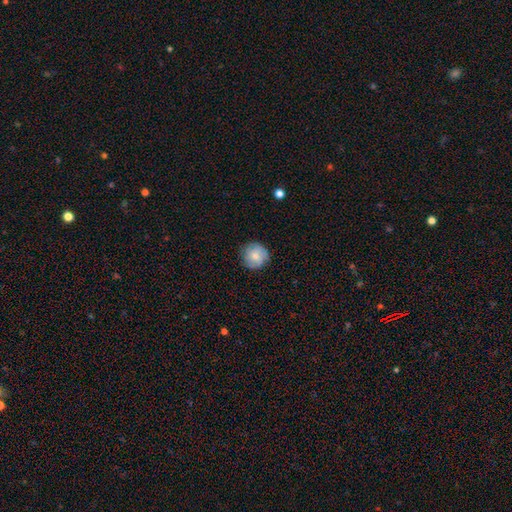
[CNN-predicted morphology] smooth 70%, featured or disk 22%, star or artifact 7%. Down the decision tree: how rounded — round (93%); merging — none (80%).